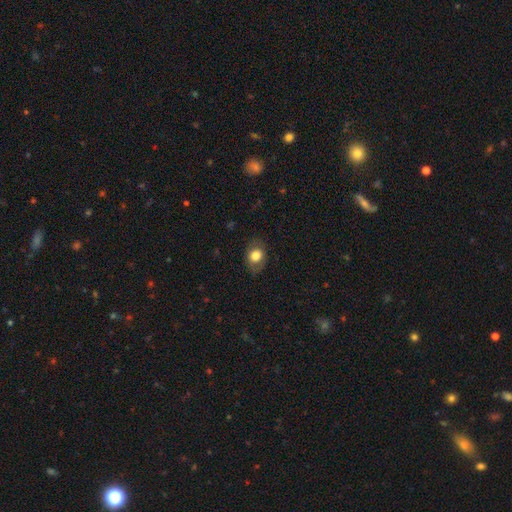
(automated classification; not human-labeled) Smooth or featured?
  - smooth: 75% *
  - featured or disk: 17%
  - star or artifact: 9%
How rounded?
  - in between: 58% *
  - round: 41%
  - cigar-shaped: 1%
Merging?
  - none: 77% *
  - minor disturbance: 16%
  - major disturbance: 6%
  - merger: 1%